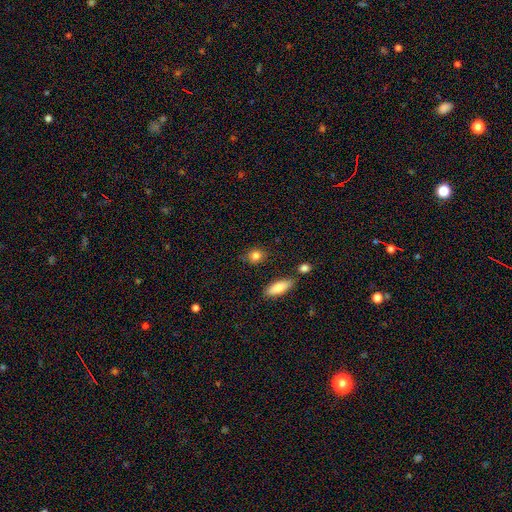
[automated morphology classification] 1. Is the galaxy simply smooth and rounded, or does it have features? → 84% smooth, 9% star or artifact, 7% featured or disk.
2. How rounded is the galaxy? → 57% round, 40% in between, 3% cigar-shaped.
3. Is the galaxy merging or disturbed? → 80% none, 13% minor disturbance, 4% merger, 3% major disturbance.